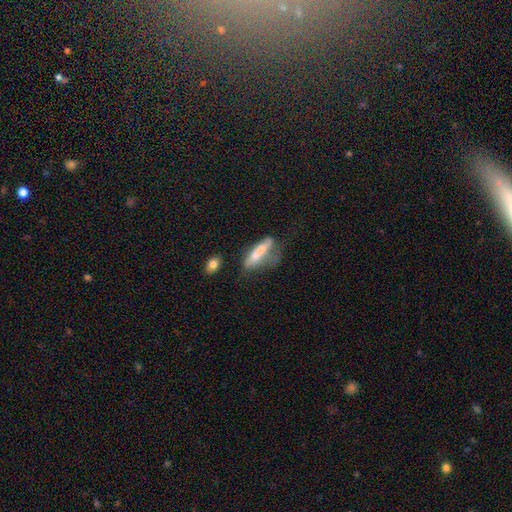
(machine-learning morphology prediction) type=smooth (63%); roundness=cigar-shaped (67%); merging=none (33%).